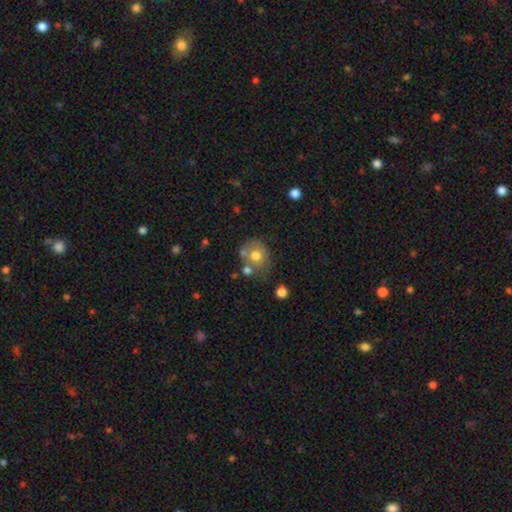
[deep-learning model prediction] Smooth or featured? smooth (66%)
How rounded? round (76%)
Merging? none (50%)